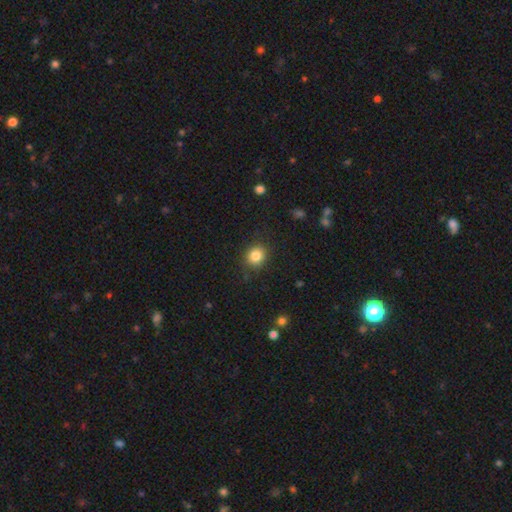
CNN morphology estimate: Smooth or featured?
  - smooth: 84% *
  - star or artifact: 11%
  - featured or disk: 6%
How rounded?
  - round: 79% *
  - in between: 20%
  - cigar-shaped: 1%
Merging?
  - none: 85% *
  - minor disturbance: 11%
  - major disturbance: 3%
  - merger: 1%